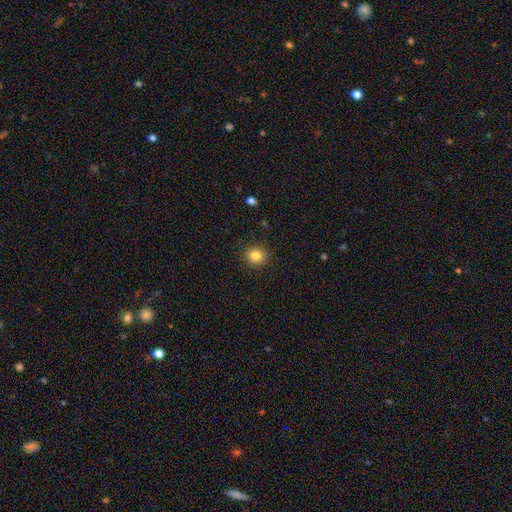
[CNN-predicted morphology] smooth_or_featured: smooth (p=0.83) [alt: star or artifact p=0.11]
how_rounded: round (p=0.75) [alt: in between p=0.24]
merging: none (p=0.89) [alt: minor disturbance p=0.07]